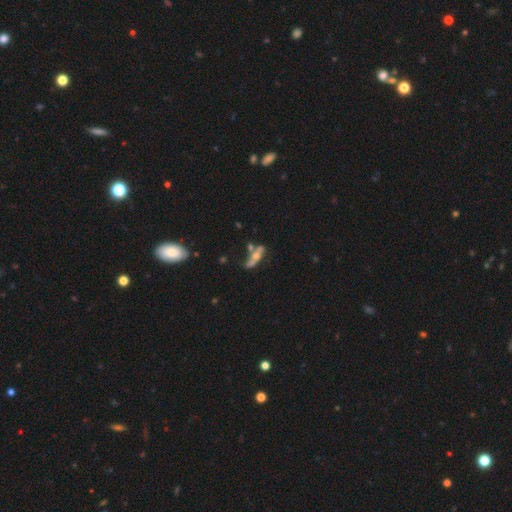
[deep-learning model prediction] smooth-or-featured: featured or disk: 56% | smooth: 34% | star or artifact: 10%
  disk-edge-on: yes: 51% | no: 49%
  merging: none: 36% | merger: 32% | minor disturbance: 18% | major disturbance: 14%